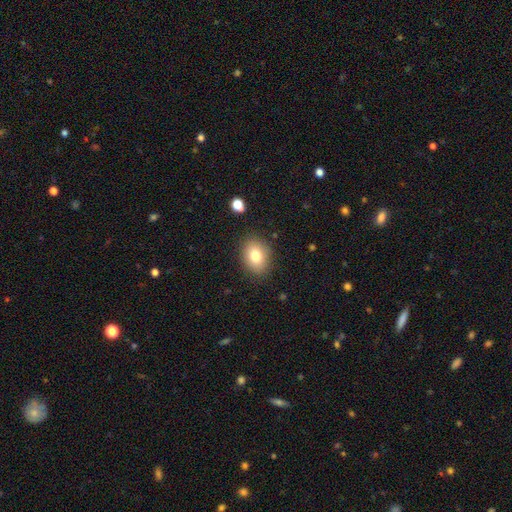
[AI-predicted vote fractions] smooth 79%, featured or disk 11%, star or artifact 10%. Down the decision tree: how rounded — in between (59%); merging — none (86%).